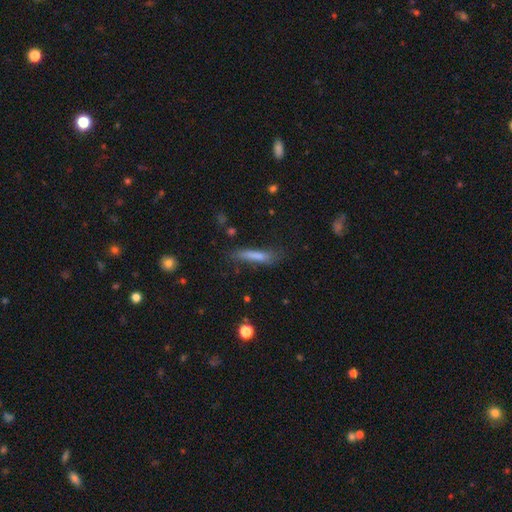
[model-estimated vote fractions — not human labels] smooth-or-featured: smooth: 74% | featured or disk: 18% | star or artifact: 8%
  how-rounded: cigar-shaped: 85% | in between: 13% | round: 2%
  merging: none: 63% | minor disturbance: 24% | major disturbance: 10% | merger: 3%